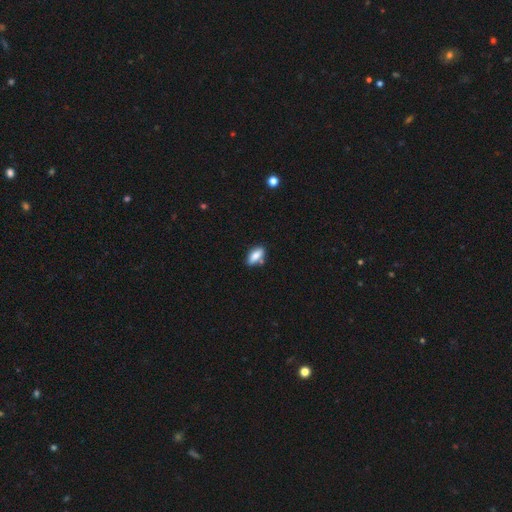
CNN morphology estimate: Smooth or featured: smooth — 81% (featured or disk — 12%)
How rounded: in between — 80% (cigar-shaped — 17%)
Merging: none — 72% (minor disturbance — 16%)